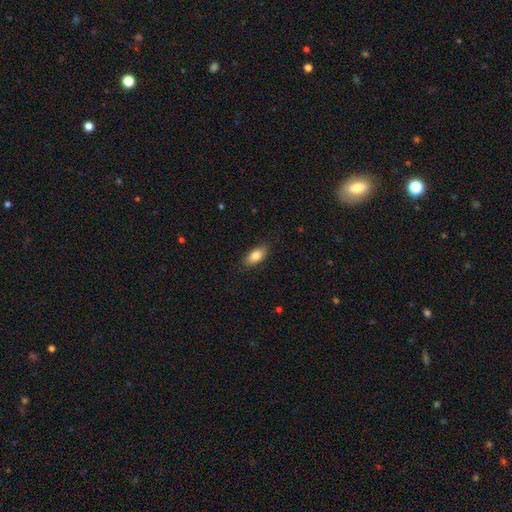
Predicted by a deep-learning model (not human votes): Smooth or featured?
  - smooth: 81% *
  - featured or disk: 12%
  - star or artifact: 7%
How rounded?
  - in between: 89% *
  - cigar-shaped: 8%
  - round: 4%
Merging?
  - none: 86% *
  - minor disturbance: 10%
  - major disturbance: 2%
  - merger: 1%